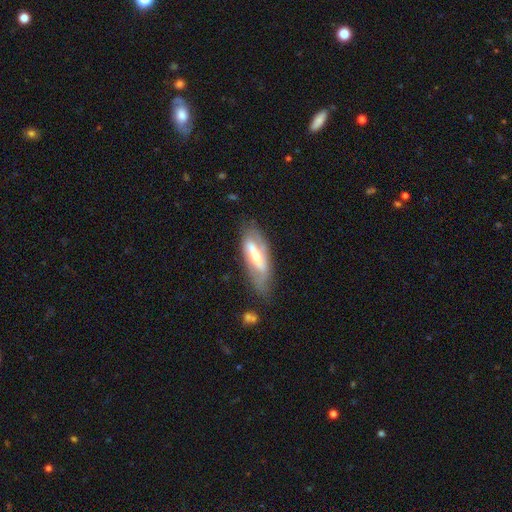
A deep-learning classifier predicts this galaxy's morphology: Smooth or featured: featured or disk — 72% (smooth — 22%)
Edge-on disk: no — 80% (yes — 20%)
Bar: strong — 55% (weak — 28%)
Spiral arms: yes — 66% (no — 34%)
Bulge size: moderate — 61% (small — 31%)
Merging: none — 70% (minor disturbance — 20%)